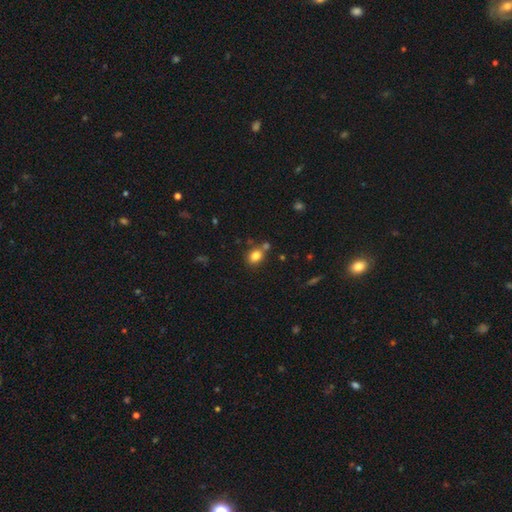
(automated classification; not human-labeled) Smooth or featured?
  - smooth: 81% *
  - star or artifact: 11%
  - featured or disk: 7%
How rounded?
  - round: 56% *
  - in between: 43%
  - cigar-shaped: 1%
Merging?
  - none: 66% *
  - merger: 18%
  - minor disturbance: 12%
  - major disturbance: 4%